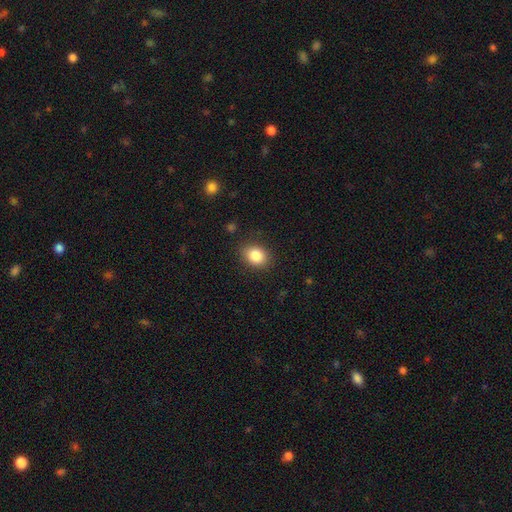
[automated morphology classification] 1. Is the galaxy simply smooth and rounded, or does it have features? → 85% smooth, 9% star or artifact, 6% featured or disk.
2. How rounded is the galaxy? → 55% in between, 44% round, 1% cigar-shaped.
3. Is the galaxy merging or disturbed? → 85% none, 10% minor disturbance, 3% major disturbance, 1% merger.